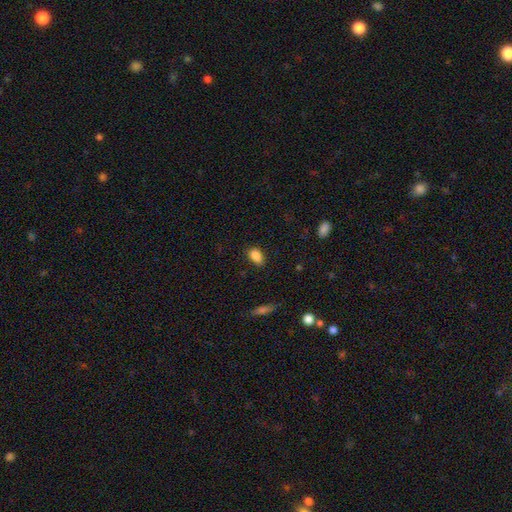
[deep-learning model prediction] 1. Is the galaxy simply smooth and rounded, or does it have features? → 87% smooth, 9% star or artifact, 4% featured or disk.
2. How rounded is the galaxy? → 87% in between, 10% round, 3% cigar-shaped.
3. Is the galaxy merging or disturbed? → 80% none, 16% minor disturbance, 3% major disturbance, 2% merger.